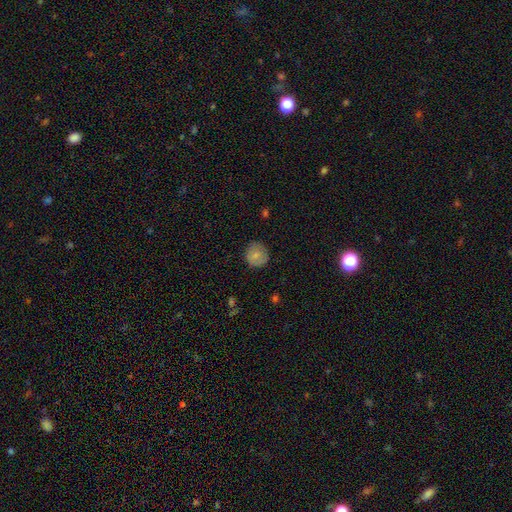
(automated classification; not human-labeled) smooth_or_featured: smooth (p=0.75) [alt: featured or disk p=0.17]
how_rounded: round (p=0.89) [alt: in between p=0.10]
merging: none (p=0.79) [alt: minor disturbance p=0.16]